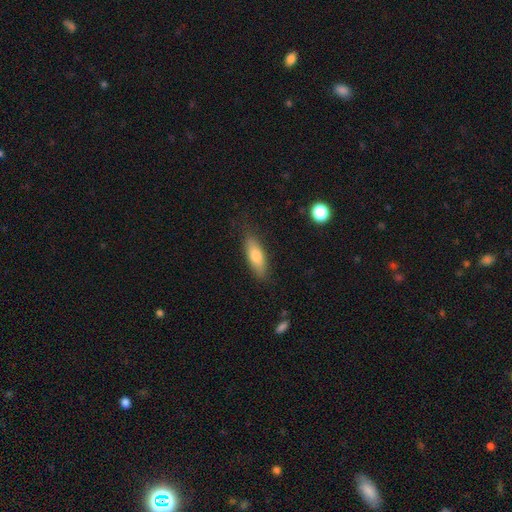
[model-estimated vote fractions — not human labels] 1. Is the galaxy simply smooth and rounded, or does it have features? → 73% smooth, 21% featured or disk, 6% star or artifact.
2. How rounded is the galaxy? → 57% in between, 40% cigar-shaped, 3% round.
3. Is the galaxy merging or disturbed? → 81% none, 14% minor disturbance, 3% major disturbance, 1% merger.